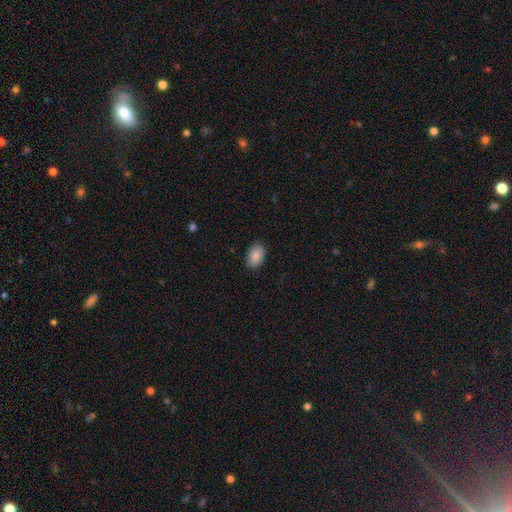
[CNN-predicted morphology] This is clearly a smooth galaxy (89%). How rounded: clearly in between (90%). Merging: clearly none (87%).